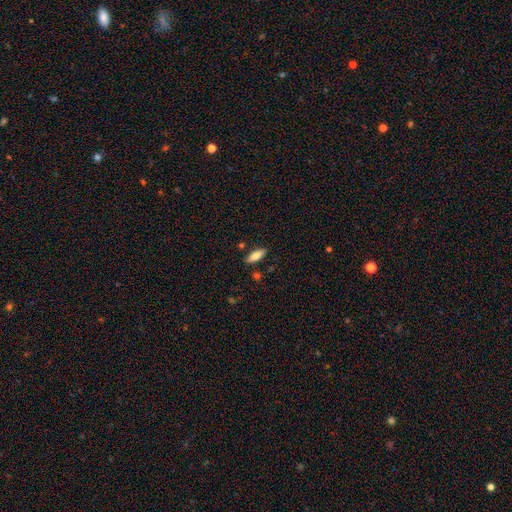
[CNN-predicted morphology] A smooth galaxy with no disk features (74%) that is in between round and cigar-shaped (64%).

Vote fractions:
- Smooth or featured? smooth: 74% / featured or disk: 19% / star or artifact: 7%
- How rounded? in between: 64% / cigar-shaped: 34% / round: 2%
- Merging? none: 85% / minor disturbance: 10% / merger: 3% / major disturbance: 2%